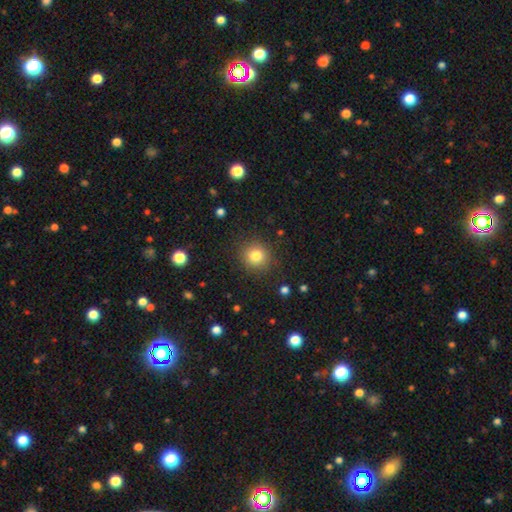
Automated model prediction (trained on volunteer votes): smooth_or_featured: smooth (p=0.82) [alt: star or artifact p=0.12]
how_rounded: round (p=0.89) [alt: in between p=0.11]
merging: none (p=0.88) [alt: minor disturbance p=0.07]